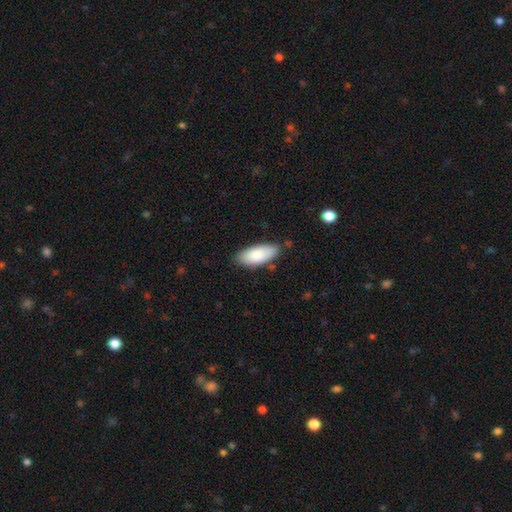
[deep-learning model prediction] The model was most divided on "merging": none: 80%, minor disturbance: 15%, major disturbance: 3%, merger: 2%. More confident: smooth or featured — smooth (86%); how rounded — in between (86%).